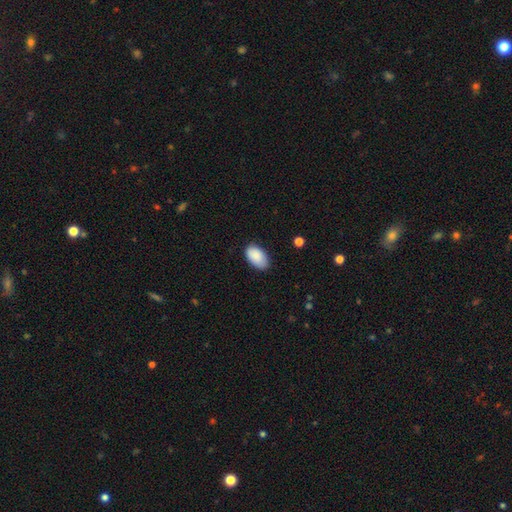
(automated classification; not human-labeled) Morphology: type=smooth (89%); roundness=in between (94%); merging=none (80%).